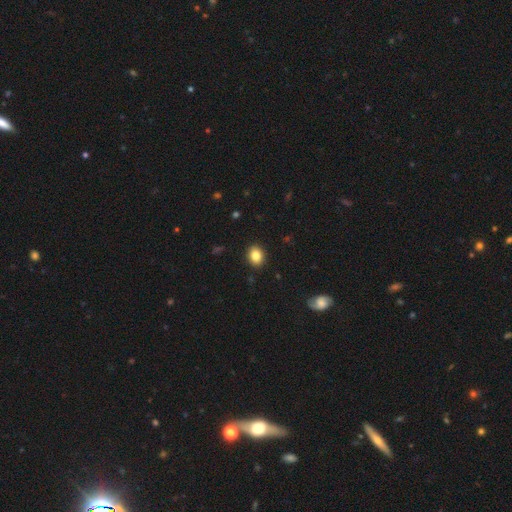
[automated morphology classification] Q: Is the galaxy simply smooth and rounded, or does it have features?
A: smooth — 84%.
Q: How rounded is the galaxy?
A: round — 50%.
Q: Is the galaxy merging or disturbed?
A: none — 90%.